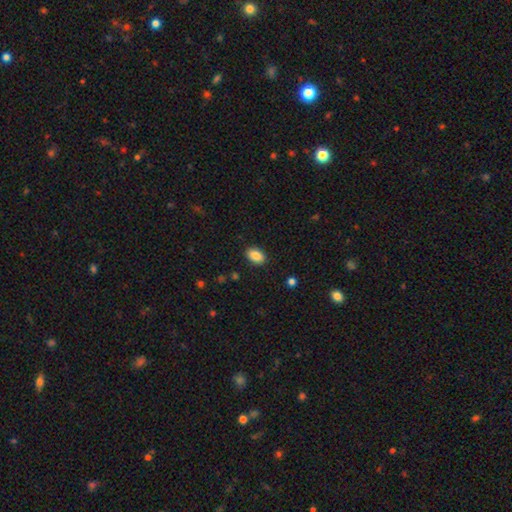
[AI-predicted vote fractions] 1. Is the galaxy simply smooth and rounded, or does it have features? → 88% smooth, 8% star or artifact, 4% featured or disk.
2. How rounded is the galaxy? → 90% in between, 8% round, 2% cigar-shaped.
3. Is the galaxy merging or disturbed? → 89% none, 8% minor disturbance, 2% major disturbance, 1% merger.